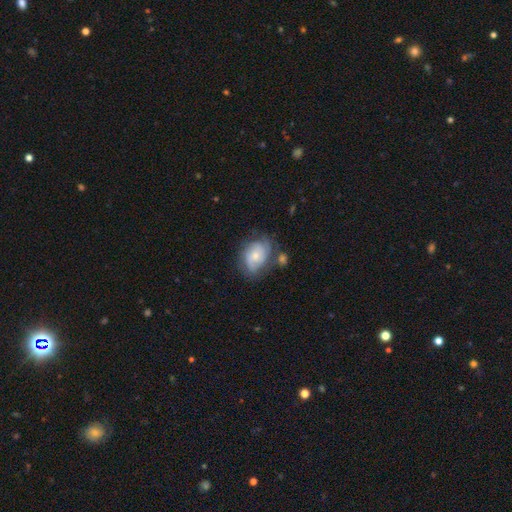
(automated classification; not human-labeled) smooth_or_featured: featured or disk (p=0.53) [alt: smooth p=0.40]
disk_edge_on: no (p=0.97) [alt: yes p=0.03]
bar: no (p=0.76) [alt: weak p=0.21]
has_spiral_arms: yes (p=0.78) [alt: no p=0.22]
bulge_size: small (p=0.50) [alt: moderate p=0.43]
merging: none (p=0.53) [alt: minor disturbance p=0.26]